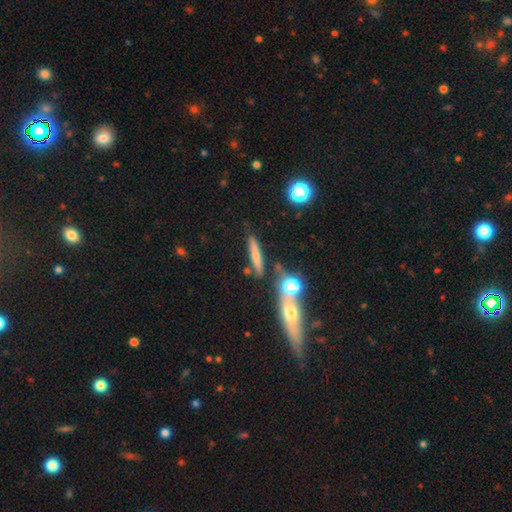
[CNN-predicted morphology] Smooth or featured?
  - smooth: 61% *
  - featured or disk: 27%
  - star or artifact: 11%
How rounded?
  - cigar-shaped: 82% *
  - in between: 12%
  - round: 6%
Merging?
  - none: 66% *
  - merger: 17%
  - minor disturbance: 12%
  - major disturbance: 5%